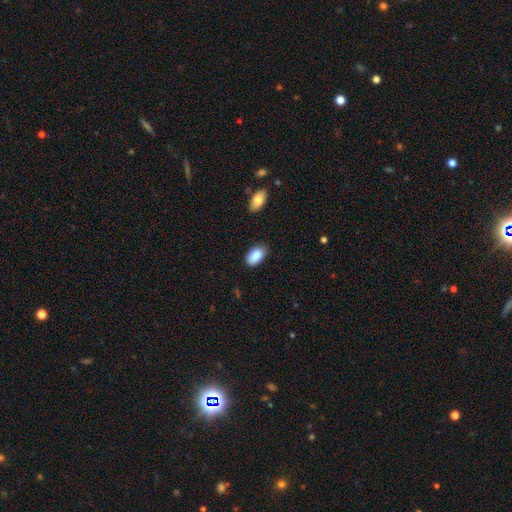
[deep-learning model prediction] A smooth galaxy with no disk features (87%) that is in between round and cigar-shaped (93%). Merging: none (78%).